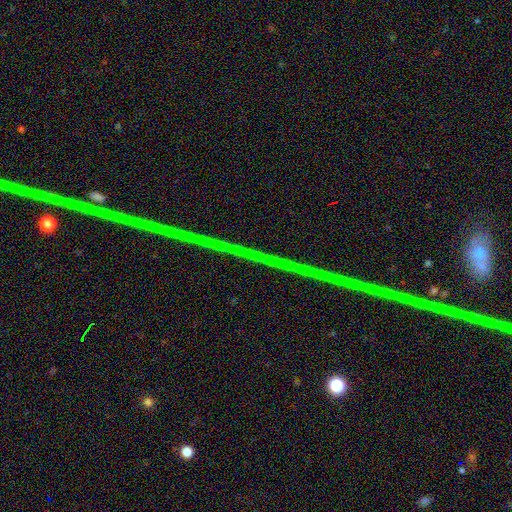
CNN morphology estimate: smooth_or_featured: star or artifact (p=0.80) [alt: featured or disk p=0.13]